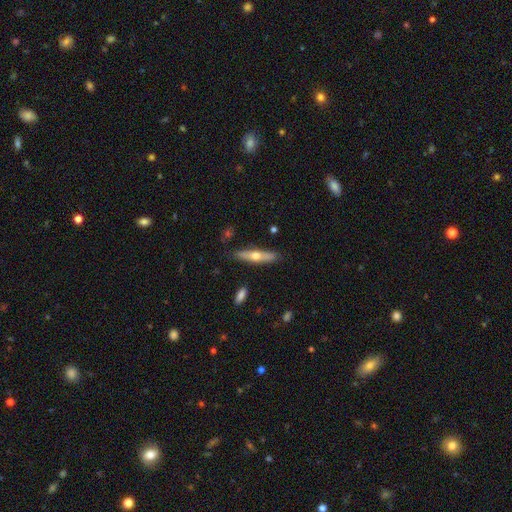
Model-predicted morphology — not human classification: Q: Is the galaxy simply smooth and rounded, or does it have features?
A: featured or disk — 51%.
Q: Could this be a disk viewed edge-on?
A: yes — 88%.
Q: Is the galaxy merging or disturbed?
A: none — 83%.